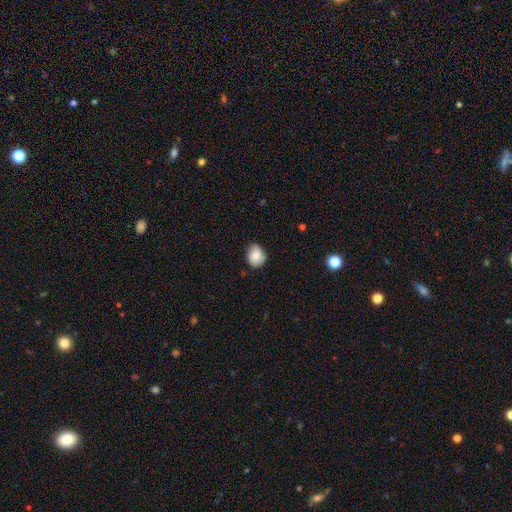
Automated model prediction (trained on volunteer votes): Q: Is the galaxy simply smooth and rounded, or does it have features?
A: smooth — 78%.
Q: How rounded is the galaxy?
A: round — 59%.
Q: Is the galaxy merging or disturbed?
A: none — 72%.